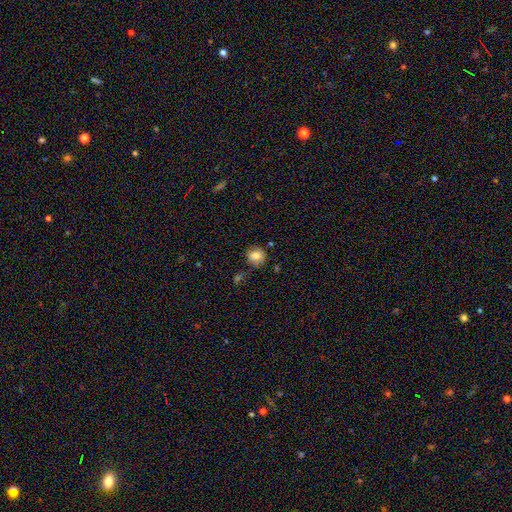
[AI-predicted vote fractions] This appears to be a smooth galaxy with no disk features (81%) that is round (85%). Merging: none (77%).